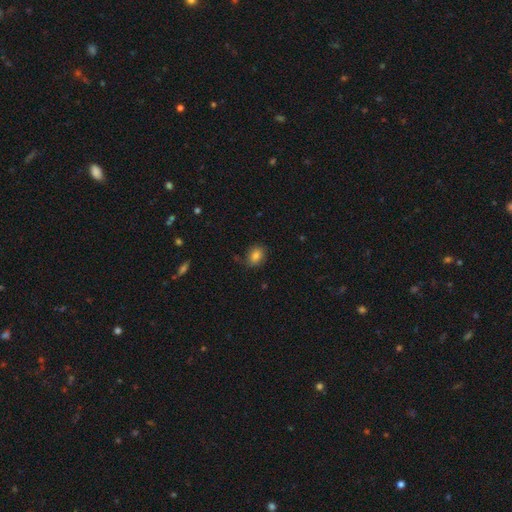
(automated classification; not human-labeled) Overall: smooth (82%). How rounded: in between (61%; round 38%). Merging: none (81%).